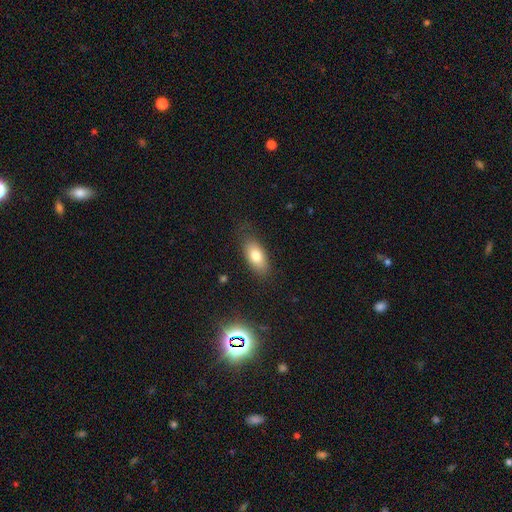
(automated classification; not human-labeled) A smooth galaxy with no disk features (77%) that is in between round and cigar-shaped (88%). Merging: none (78%).